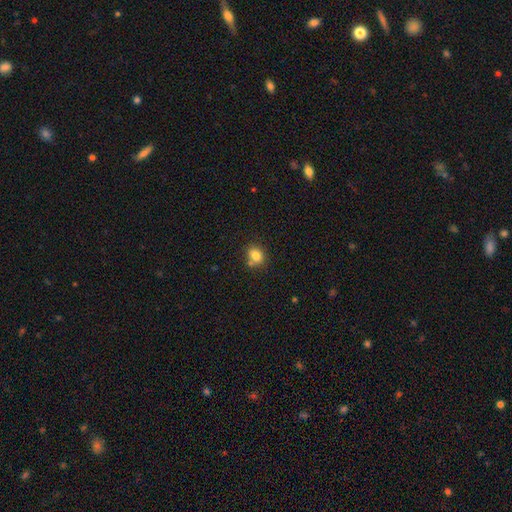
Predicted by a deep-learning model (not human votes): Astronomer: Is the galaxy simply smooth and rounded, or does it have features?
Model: smooth — 81%.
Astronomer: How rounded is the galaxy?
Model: round — 55% (runner-up: in between, 44%).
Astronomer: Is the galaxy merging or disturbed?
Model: none — 65%.